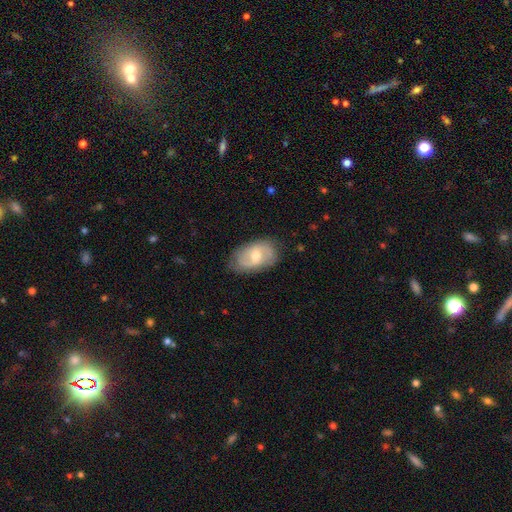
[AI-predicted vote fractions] This appears to be a featured or disk galaxy (59%) with a weak bar (45%), spiral arms (76%) and a moderate central bulge (71%). Merging: none (76%).